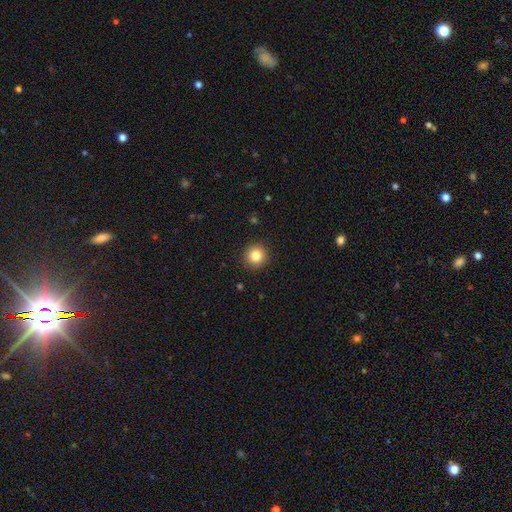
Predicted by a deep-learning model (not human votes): Q: Smooth or featured?
A: smooth (83%); runner-up: star or artifact (10%)
Q: How rounded?
A: round (95%); runner-up: in between (4%)
Q: Merging?
A: none (92%); runner-up: minor disturbance (5%)